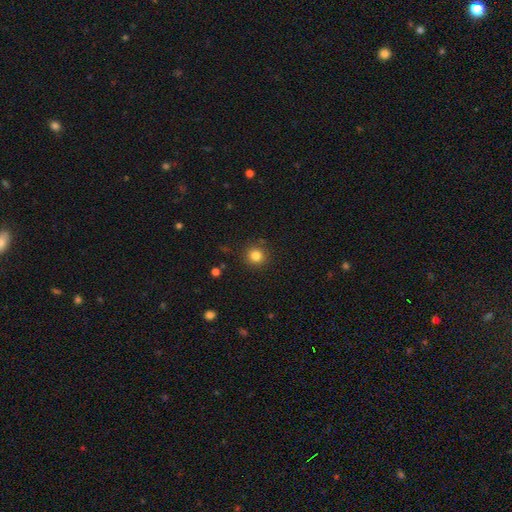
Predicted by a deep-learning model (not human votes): Smooth or featured: smooth — 83% (star or artifact — 12%)
How rounded: round — 91% (in between — 8%)
Merging: none — 88% (minor disturbance — 7%)